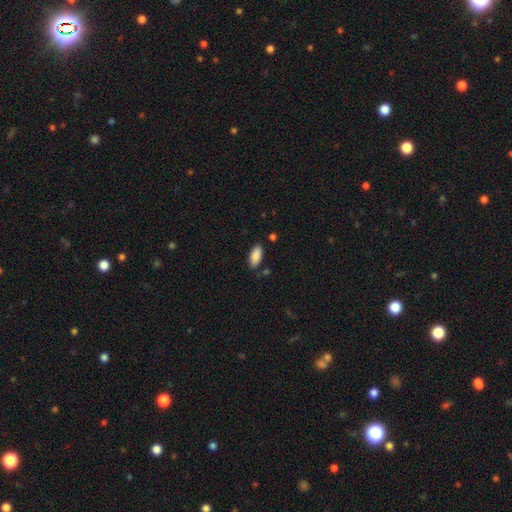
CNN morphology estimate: Smooth or featured? Predicted: smooth (p=0.88). How rounded? Predicted: in between (p=0.88). Merging? Predicted: none (p=0.81).